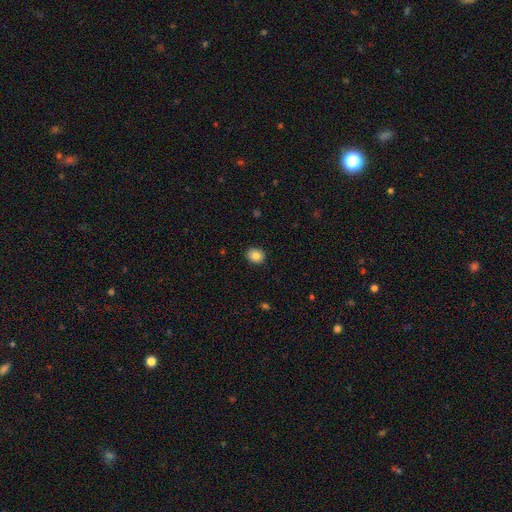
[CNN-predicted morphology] The model was most divided on "how rounded": round: 67%, in between: 32%, cigar-shaped: 1%. More confident: merging — none (90%); smooth or featured — smooth (84%).